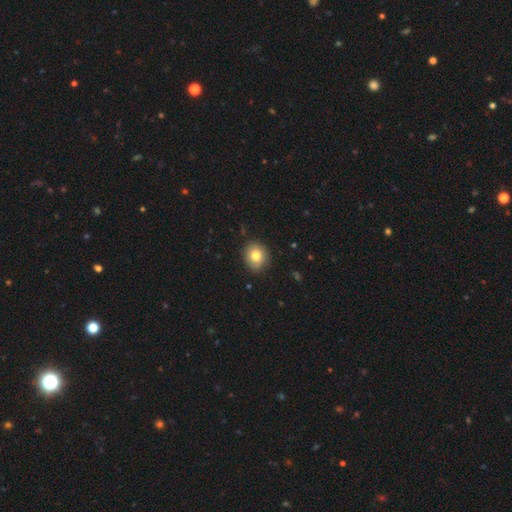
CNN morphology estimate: Smooth or featured? smooth (81%)
How rounded? round (72%)
Merging? none (86%)